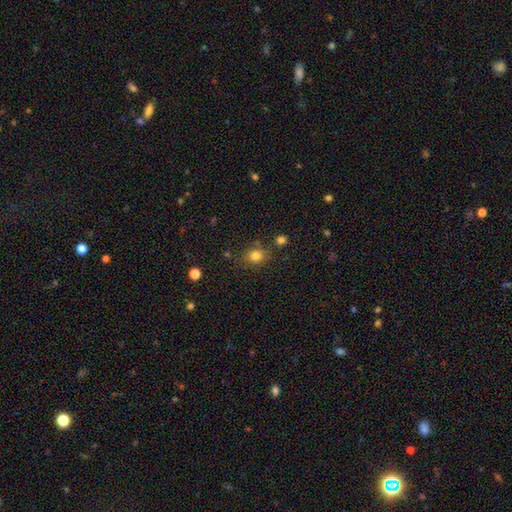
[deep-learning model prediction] Smooth or featured?
  - smooth: 81% *
  - star or artifact: 12%
  - featured or disk: 7%
How rounded?
  - round: 67% *
  - in between: 32%
  - cigar-shaped: 1%
Merging?
  - none: 74% *
  - minor disturbance: 15%
  - merger: 7%
  - major disturbance: 5%